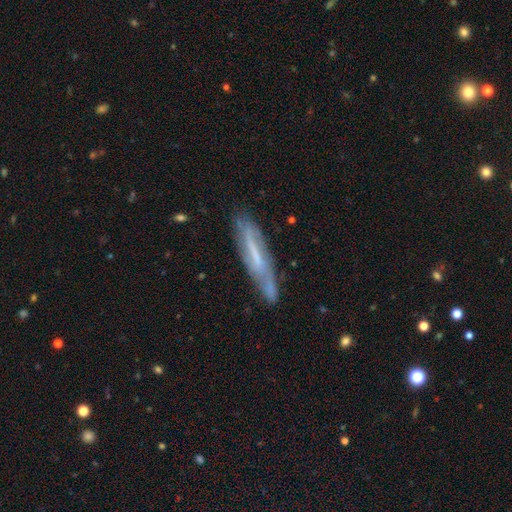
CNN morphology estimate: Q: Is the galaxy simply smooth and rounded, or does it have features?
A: featured or disk — 68%.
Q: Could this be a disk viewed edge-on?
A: yes — 50%, tied with no.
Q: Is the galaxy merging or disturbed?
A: none — 70%.